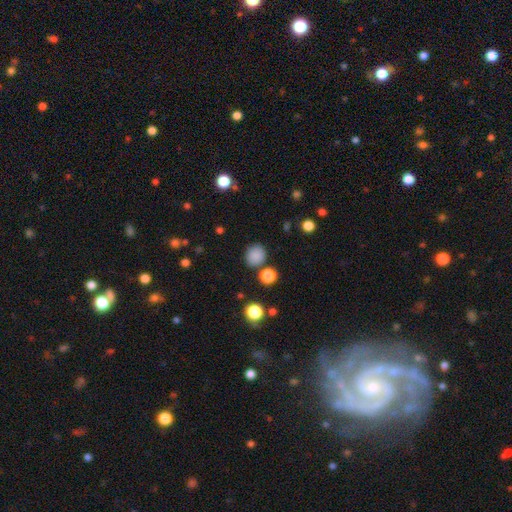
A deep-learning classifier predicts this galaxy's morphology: A smooth galaxy with no disk features (85%) that is round (78%).

Vote fractions:
- Smooth or featured? smooth: 85% / star or artifact: 11% / featured or disk: 4%
- How rounded? round: 78% / in between: 21% / cigar-shaped: 1%
- Merging? none: 81% / minor disturbance: 10% / merger: 5% / major disturbance: 3%